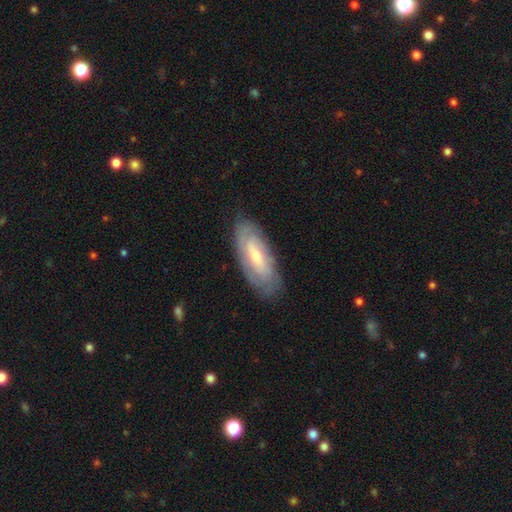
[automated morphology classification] featured or disk 59%, smooth 35%, star or artifact 6%. Down the decision tree: edge-on disk — no (84%); merging — none (80%).